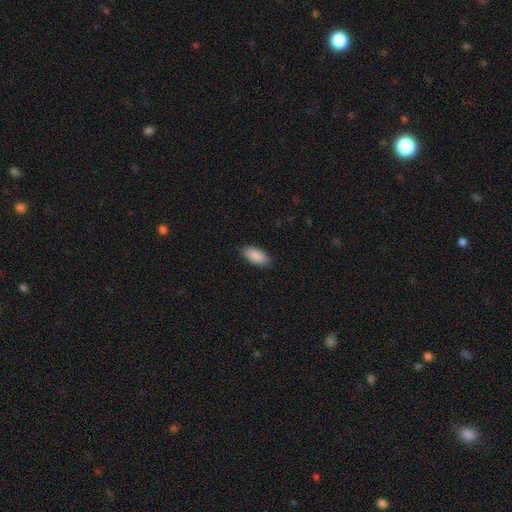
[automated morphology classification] smooth_or_featured: smooth (p=0.90) [alt: star or artifact p=0.06]
how_rounded: in between (p=0.92) [alt: cigar-shaped p=0.06]
merging: none (p=0.88) [alt: minor disturbance p=0.09]